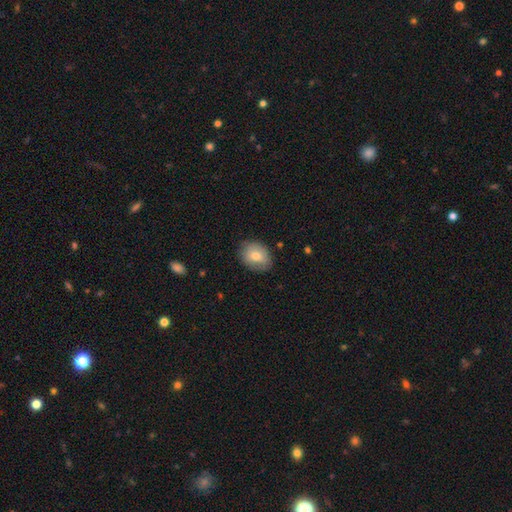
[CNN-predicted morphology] A smooth galaxy with no disk features (72%) that is in between round and cigar-shaped (60%). Merging: none (78%).